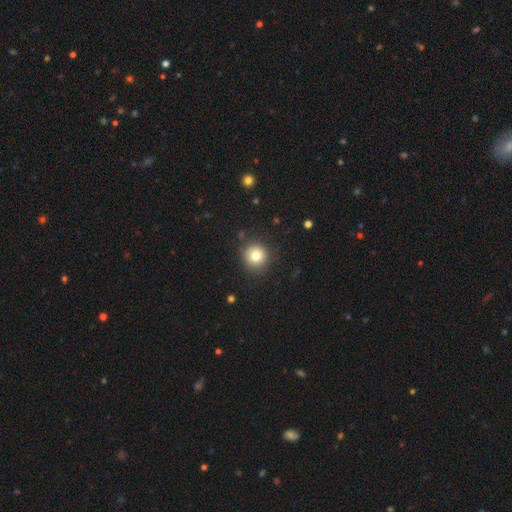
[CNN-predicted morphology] smooth-or-featured: smooth: 78% | star or artifact: 12% | featured or disk: 10%
  how-rounded: round: 95% | in between: 4% | cigar-shaped: 1%
  merging: none: 89% | minor disturbance: 7% | major disturbance: 3% | merger: 1%